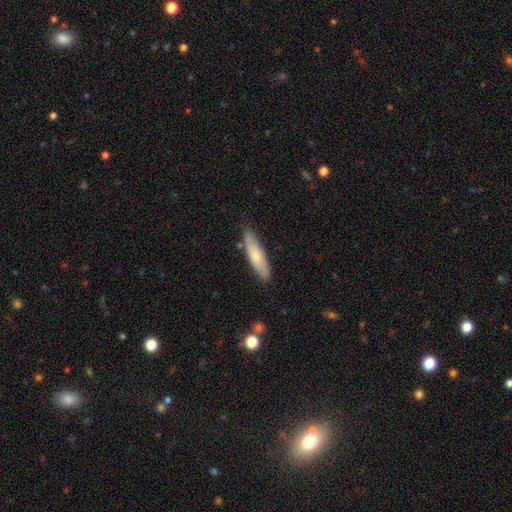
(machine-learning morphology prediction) Smooth or featured: smooth — 67% (featured or disk — 27%)
How rounded: cigar-shaped — 73% (in between — 25%)
Merging: none — 83% (minor disturbance — 13%)